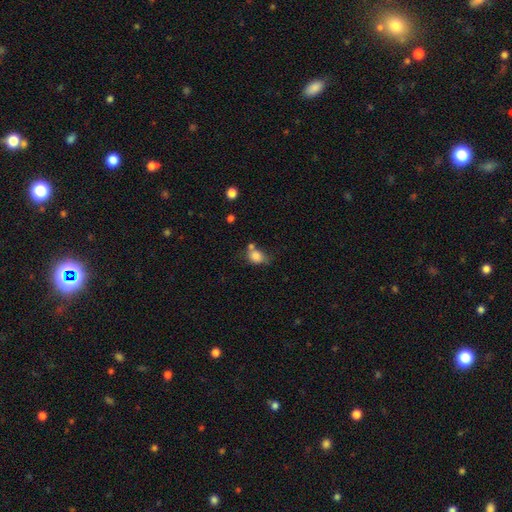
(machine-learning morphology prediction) Smooth or featured? smooth (82%)
How rounded? in between (52%)
Merging? none (45%)